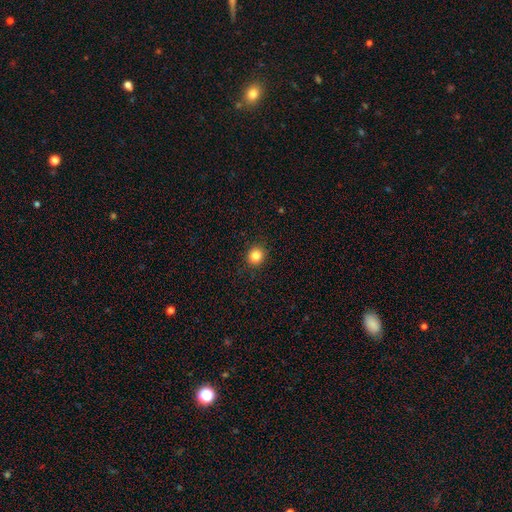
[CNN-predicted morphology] A smooth galaxy with no disk features (84%) that is round (87%).

Vote fractions:
- Smooth or featured? smooth: 84% / star or artifact: 11% / featured or disk: 5%
- How rounded? round: 87% / in between: 12% / cigar-shaped: 1%
- Merging? none: 91% / minor disturbance: 6% / major disturbance: 2% / merger: 1%